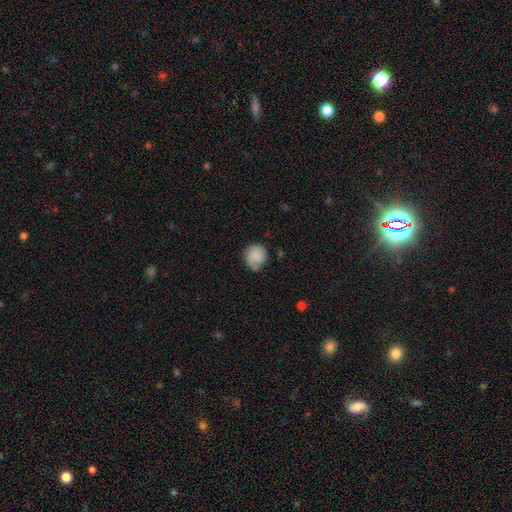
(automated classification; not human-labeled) Smooth or featured?
  - smooth: 80% *
  - featured or disk: 12%
  - star or artifact: 8%
How rounded?
  - round: 82% *
  - in between: 17%
  - cigar-shaped: 1%
Merging?
  - none: 56% *
  - minor disturbance: 32%
  - major disturbance: 9%
  - merger: 3%